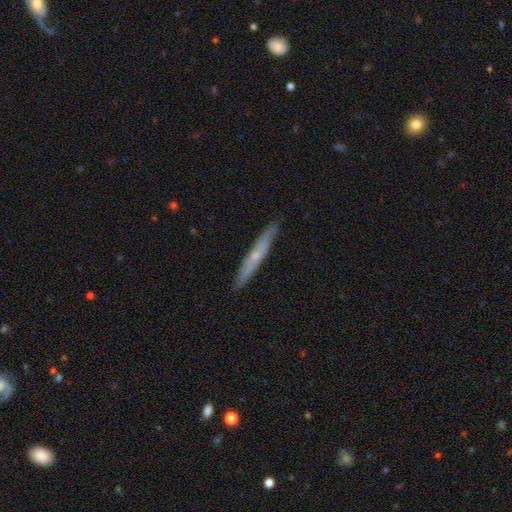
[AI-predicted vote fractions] A featured or disk galaxy (58%) viewed edge-on (87%) with a rounded central bulge (56%).

Vote fractions:
- Smooth or featured? featured or disk: 58% / smooth: 36% / star or artifact: 6%
- Edge-on disk? yes: 87% / no: 13%
- Edge-on bulge? rounded: 56% / none: 41% / boxy: 3%
- Merging? none: 88% / minor disturbance: 9% / major disturbance: 1% / merger: 1%